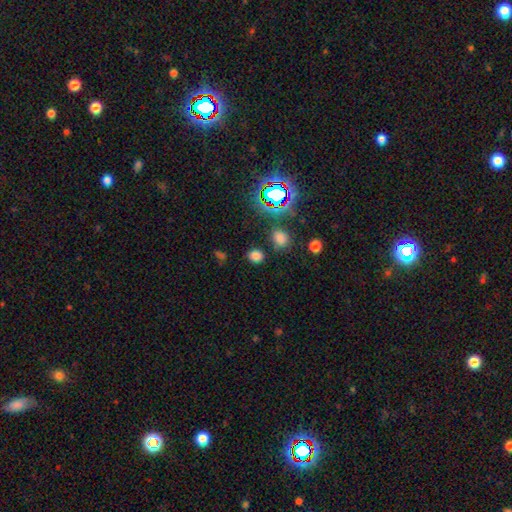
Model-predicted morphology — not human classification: This appears to be a smooth galaxy with no disk features (72%) that is round (68%). Merging: none (82%).